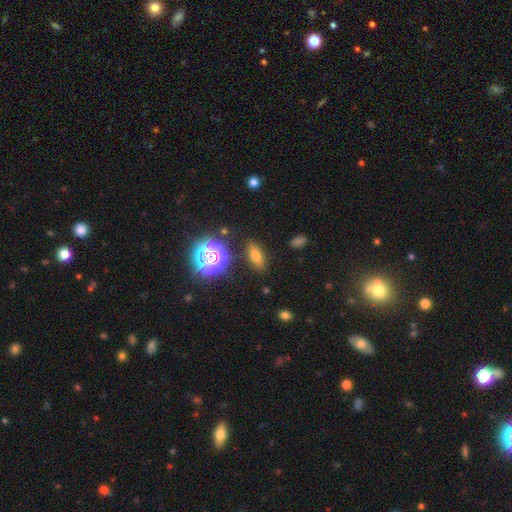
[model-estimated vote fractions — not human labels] smooth_or_featured: smooth (p=0.61) [alt: star or artifact p=0.22]
how_rounded: in between (p=0.62) [alt: cigar-shaped p=0.27]
merging: none (p=0.85) [alt: minor disturbance p=0.10]